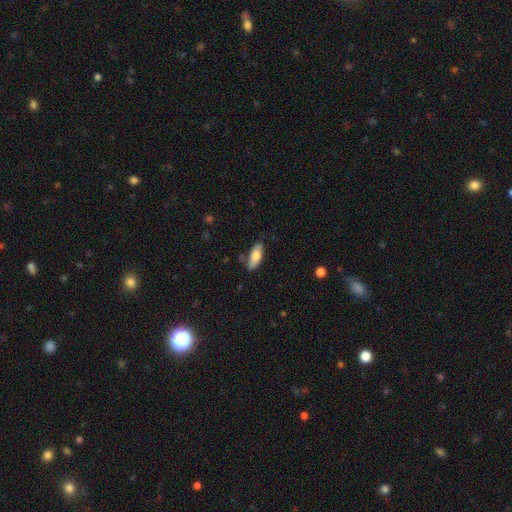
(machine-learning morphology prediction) type=smooth (77%); roundness=in between (73%); merging=none (76%).